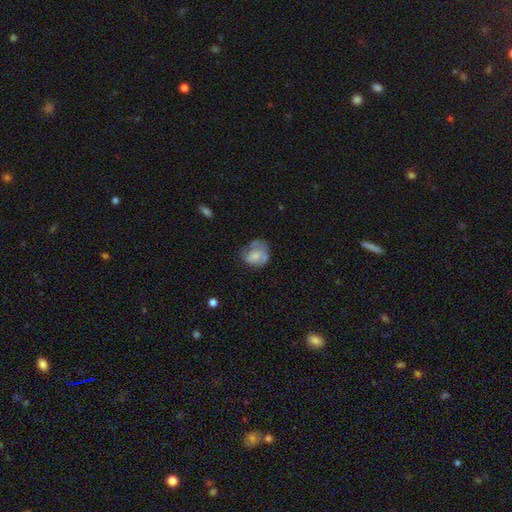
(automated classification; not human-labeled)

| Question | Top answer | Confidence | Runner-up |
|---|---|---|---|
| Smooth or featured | smooth | 58% | featured or disk (34%) |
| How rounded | round | 61% | in between (38%) |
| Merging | none | 40% | minor disturbance (30%) |